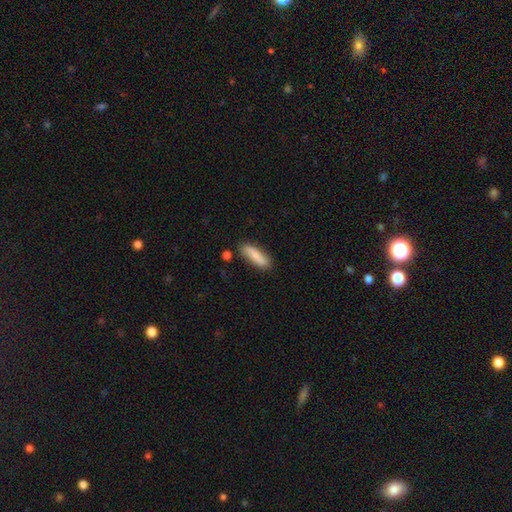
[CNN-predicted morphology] smooth-or-featured: smooth: 81% | featured or disk: 13% | star or artifact: 6%
  how-rounded: cigar-shaped: 59% | in between: 39% | round: 2%
  merging: none: 77% | minor disturbance: 15% | merger: 4% | major disturbance: 3%